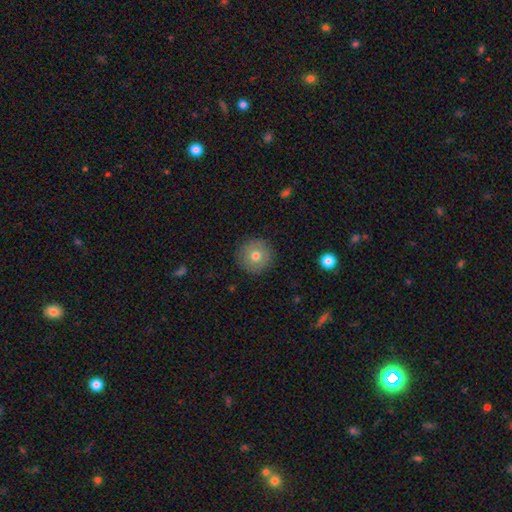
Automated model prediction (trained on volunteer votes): smooth-or-featured: smooth: 72% | featured or disk: 19% | star or artifact: 10%
  how-rounded: round: 95% | in between: 4% | cigar-shaped: 1%
  merging: none: 89% | minor disturbance: 8% | major disturbance: 2% | merger: 1%